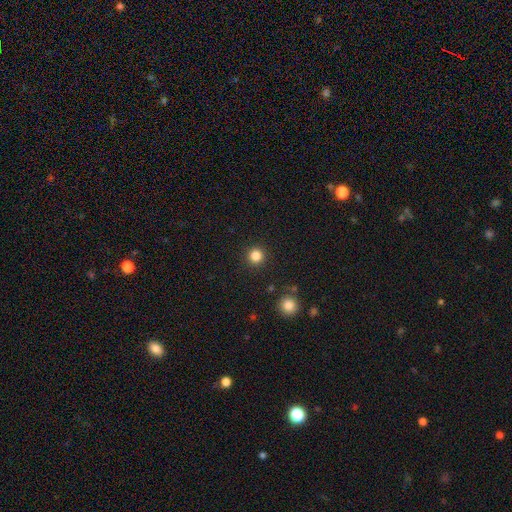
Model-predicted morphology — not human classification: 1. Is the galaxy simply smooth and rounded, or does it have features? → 83% smooth, 13% star or artifact, 4% featured or disk.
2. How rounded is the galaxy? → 95% round, 4% in between, 1% cigar-shaped.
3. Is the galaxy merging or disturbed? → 91% none, 5% minor disturbance, 2% major disturbance, 2% merger.